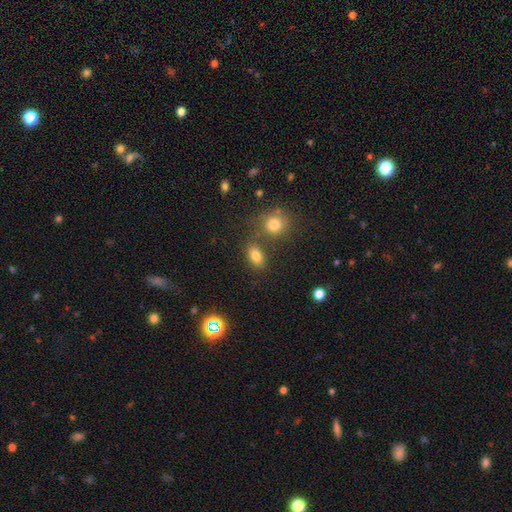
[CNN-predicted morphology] smooth 79%, star or artifact 13%, featured or disk 8%. Down the decision tree: how rounded — in between (82%); merging — none (72%).